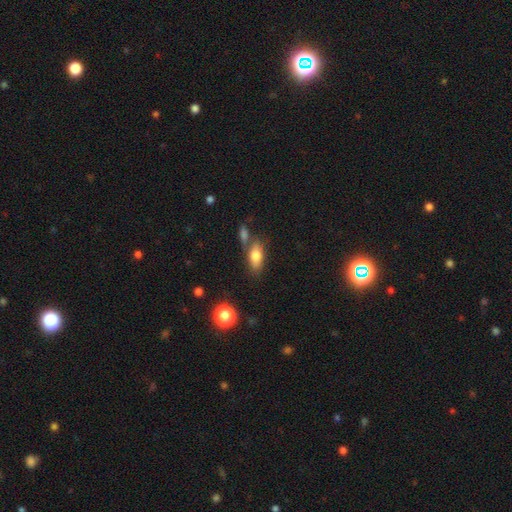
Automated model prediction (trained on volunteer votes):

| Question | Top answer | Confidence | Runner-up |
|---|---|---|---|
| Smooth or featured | smooth | 75% | featured or disk (16%) |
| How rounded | in between | 82% | cigar-shaped (13%) |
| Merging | none | 58% | merger (21%) |